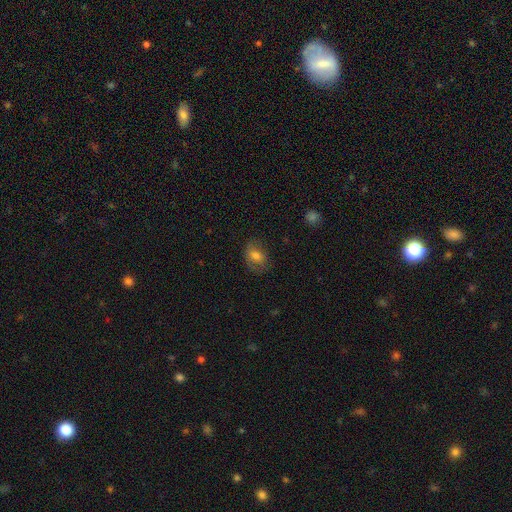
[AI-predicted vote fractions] Smooth or featured?
  - smooth: 70% *
  - featured or disk: 20%
  - star or artifact: 10%
How rounded?
  - in between: 66% *
  - round: 32%
  - cigar-shaped: 1%
Merging?
  - none: 66% *
  - minor disturbance: 22%
  - major disturbance: 10%
  - merger: 1%